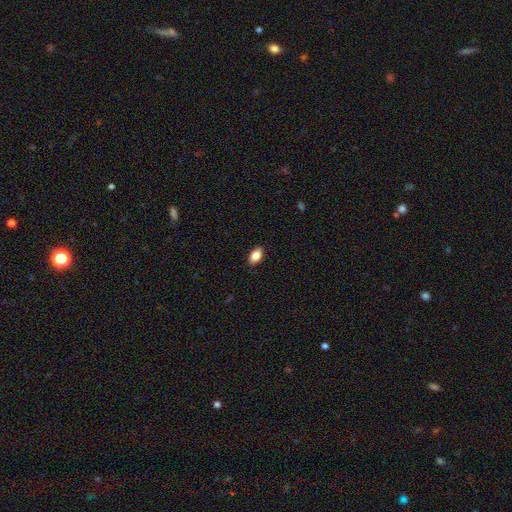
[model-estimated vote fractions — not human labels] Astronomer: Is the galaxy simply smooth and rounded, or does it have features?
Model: smooth — 87%.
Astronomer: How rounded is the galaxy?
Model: in between — 90%.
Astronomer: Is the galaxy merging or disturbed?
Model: none — 89%.